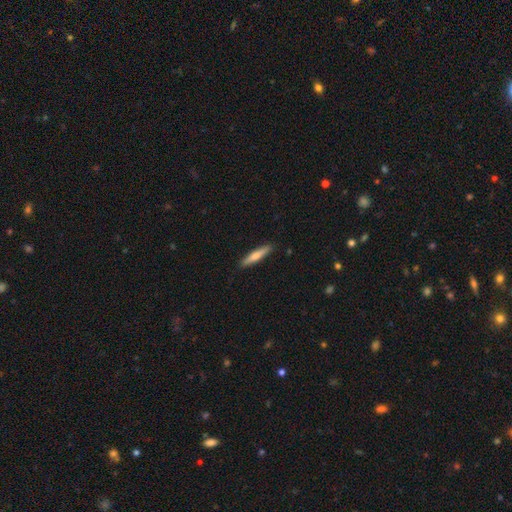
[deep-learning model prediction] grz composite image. It shows a smooth galaxy with no disk features (64%) that is cigar-shaped (87%). Merging: none (90%).